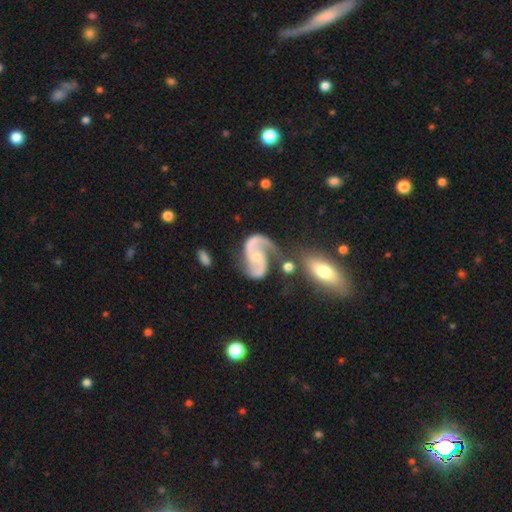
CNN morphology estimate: smooth_or_featured: featured or disk (p=0.92) [alt: star or artifact p=0.04]
disk_edge_on: no (p=0.98) [alt: yes p=0.02]
bar: no (p=0.57) [alt: weak p=0.31]
has_spiral_arms: yes (p=0.98) [alt: no p=0.02]
spiral_winding: medium (p=0.54) [alt: loose p=0.31]
spiral_arm_count: 2 (p=0.92) [alt: 1 p=0.03]
bulge_size: small (p=0.61) [alt: moderate p=0.32]
merging: none (p=0.55) [alt: minor disturbance p=0.20]